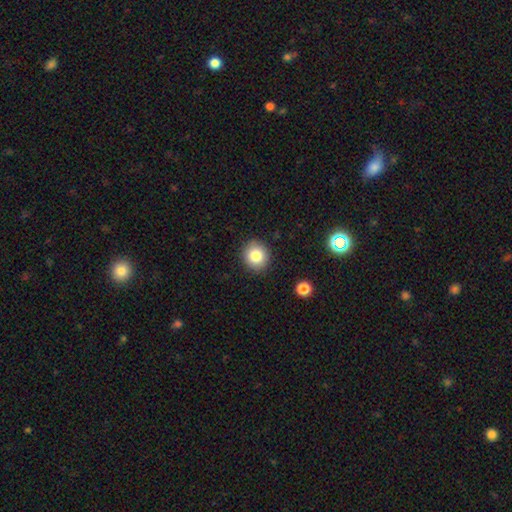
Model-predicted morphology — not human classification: Q: Smooth or featured?
A: smooth (82%); runner-up: star or artifact (10%)
Q: How rounded?
A: round (88%); runner-up: in between (11%)
Q: Merging?
A: none (90%); runner-up: minor disturbance (6%)